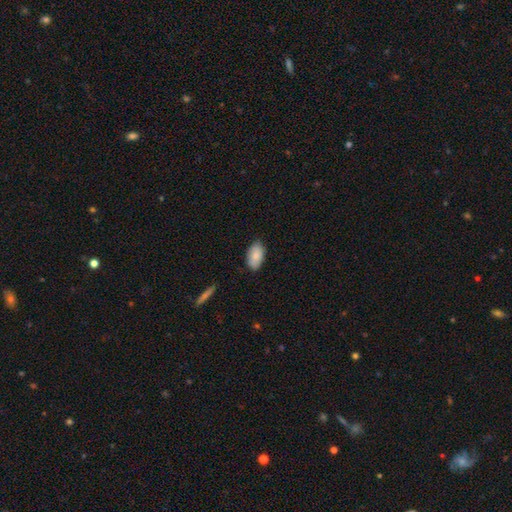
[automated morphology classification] type=smooth (87%); roundness=in between (94%); merging=none (83%).